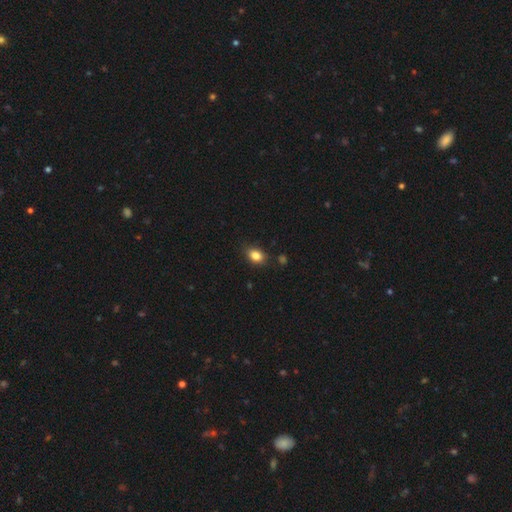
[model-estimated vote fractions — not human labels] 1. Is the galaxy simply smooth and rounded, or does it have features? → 84% smooth, 10% star or artifact, 6% featured or disk.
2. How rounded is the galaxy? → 73% in between, 25% round, 2% cigar-shaped.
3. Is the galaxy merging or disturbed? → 79% none, 15% minor disturbance, 3% major disturbance, 2% merger.